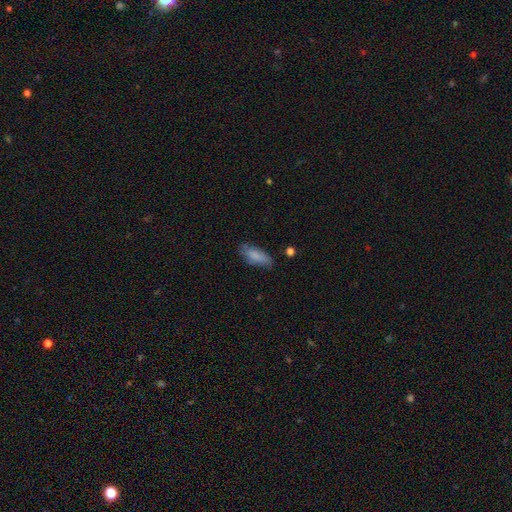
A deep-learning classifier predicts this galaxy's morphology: This is clearly a smooth galaxy (82%). How rounded: likely in between (74%). Merging: likely none (70%).